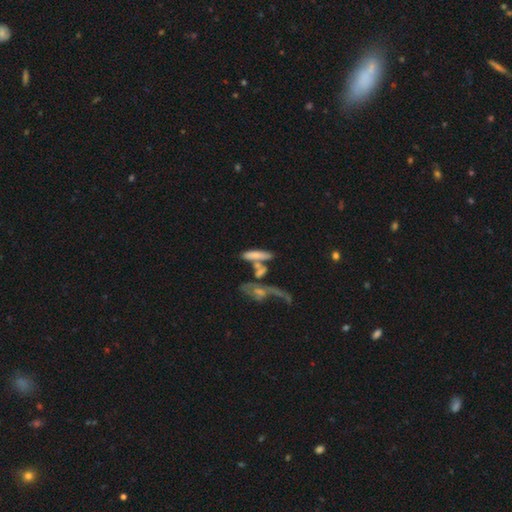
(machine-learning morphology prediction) Smooth or featured? smooth (60%)
How rounded? cigar-shaped (56%)
Merging? merger (46%)